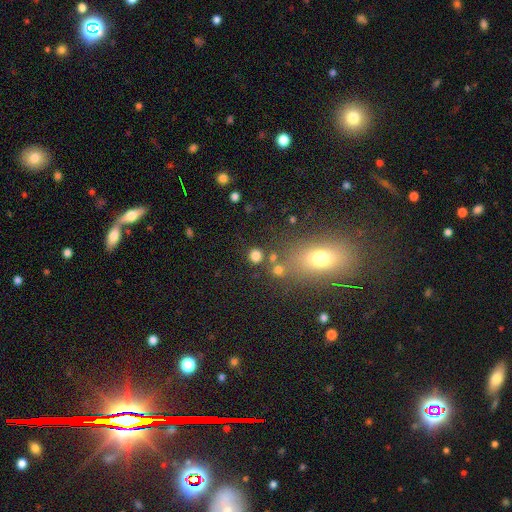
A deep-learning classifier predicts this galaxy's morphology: A smooth galaxy with no disk features (78%) that is round (87%). Merging: none (78%).